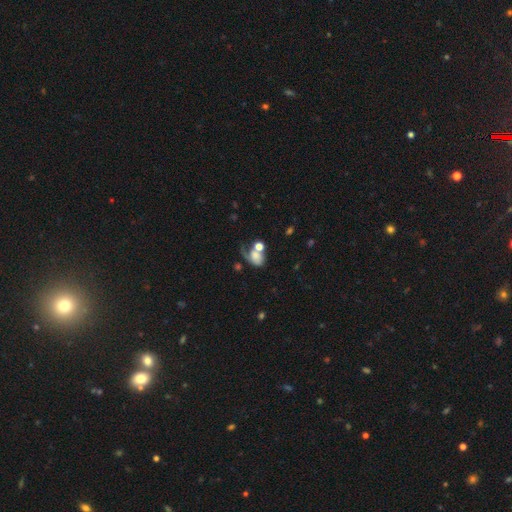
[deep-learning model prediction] A smooth galaxy with no disk features (56%) that is in between round and cigar-shaped (65%).

Vote fractions:
- Smooth or featured? smooth: 56% / featured or disk: 32% / star or artifact: 12%
- How rounded? in between: 65% / round: 34% / cigar-shaped: 2%
- Merging? merger: 35% / major disturbance: 31% / none: 20% / minor disturbance: 14%